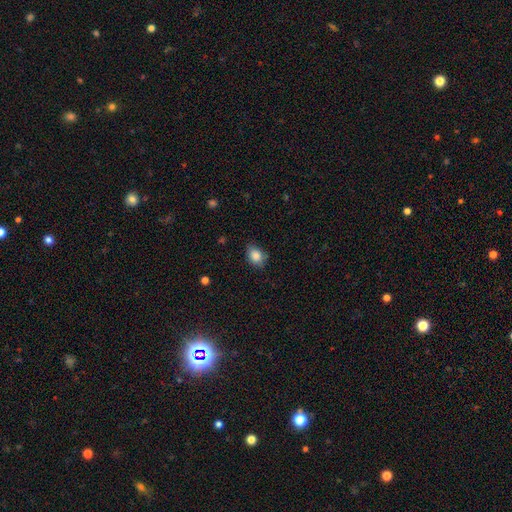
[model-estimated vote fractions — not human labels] This appears to be a smooth galaxy with no disk features (86%) that is in between round and cigar-shaped (69%). Merging: none (72%).